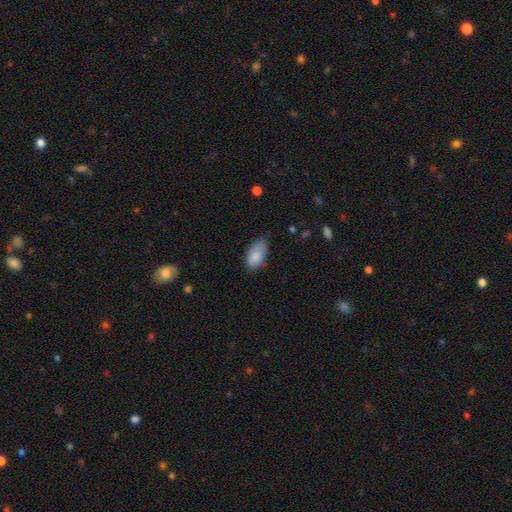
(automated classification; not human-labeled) Smooth or featured? smooth (86%)
How rounded? in between (93%)
Merging? none (65%)